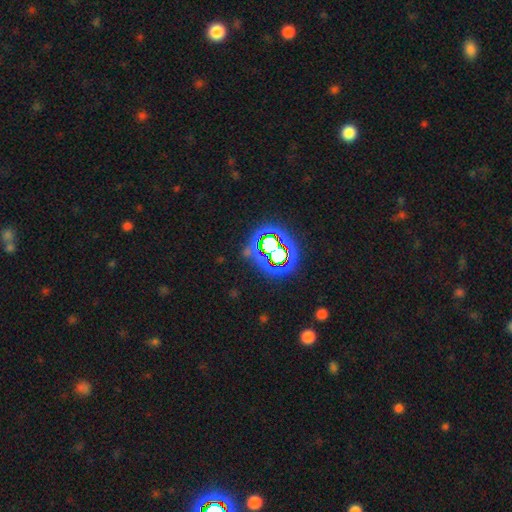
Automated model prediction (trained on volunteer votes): star or artifact 76%, smooth 14%, featured or disk 9%.